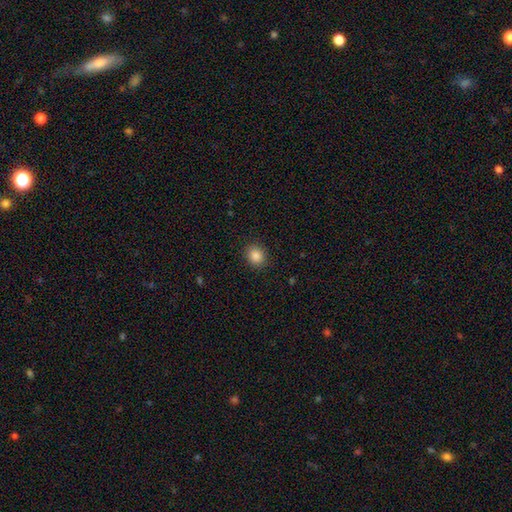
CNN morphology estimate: smooth-or-featured: smooth: 87% | star or artifact: 10% | featured or disk: 4%
  how-rounded: round: 69% | in between: 30% | cigar-shaped: 1%
  merging: none: 89% | minor disturbance: 7% | major disturbance: 2% | merger: 1%